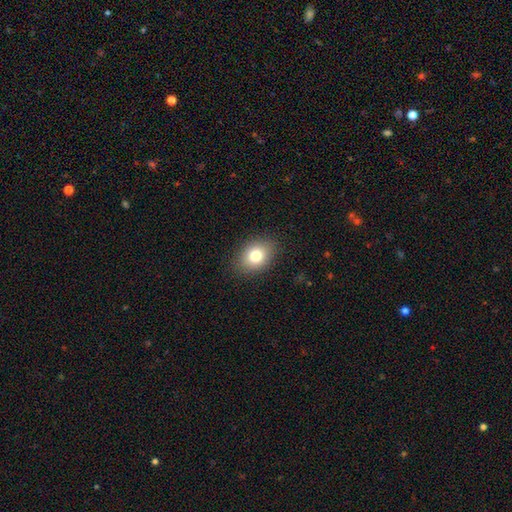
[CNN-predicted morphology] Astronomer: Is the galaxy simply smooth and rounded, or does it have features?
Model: smooth — 78%.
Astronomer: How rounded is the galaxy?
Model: in between — 68%.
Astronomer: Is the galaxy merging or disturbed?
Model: none — 87%.